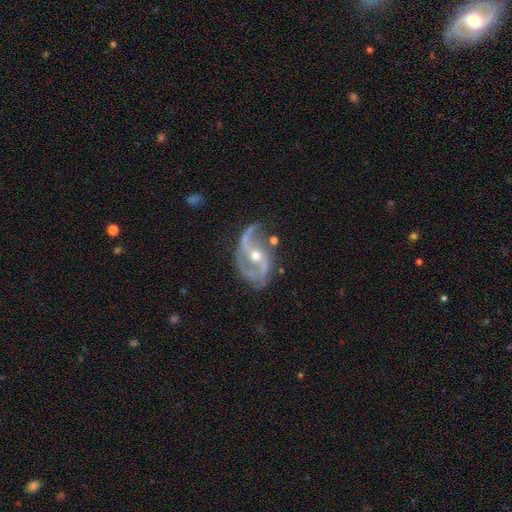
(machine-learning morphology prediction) Smooth or featured: featured or disk — 90% (star or artifact — 6%)
Edge-on disk: no — 97% (yes — 3%)
Bar: no — 36% (weak — 34%)
Spiral arms: yes — 96% (no — 4%)
Spiral winding: loose — 54% (medium — 36%)
Spiral arm count: 2 — 83% (3 — 5%)
Bulge size: moderate — 59% (small — 38%)
Merging: none — 55% (minor disturbance — 24%)